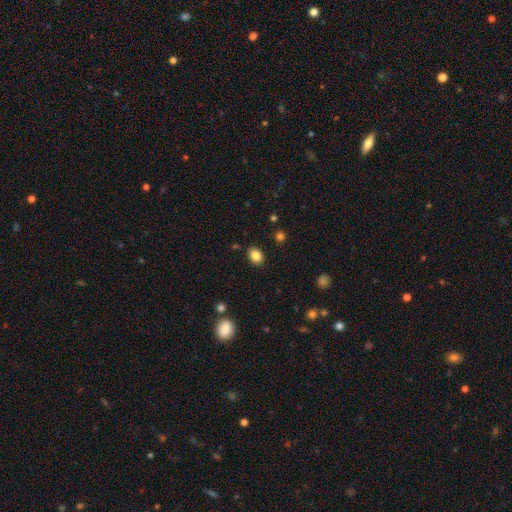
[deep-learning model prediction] Overall: smooth (85%). How rounded: in between (63%; round 36%). Merging: none (86%).